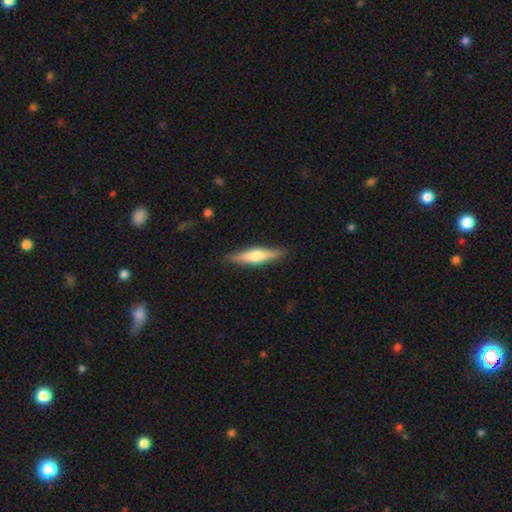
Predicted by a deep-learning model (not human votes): A featured or disk galaxy (48%). Merging: none (88%).